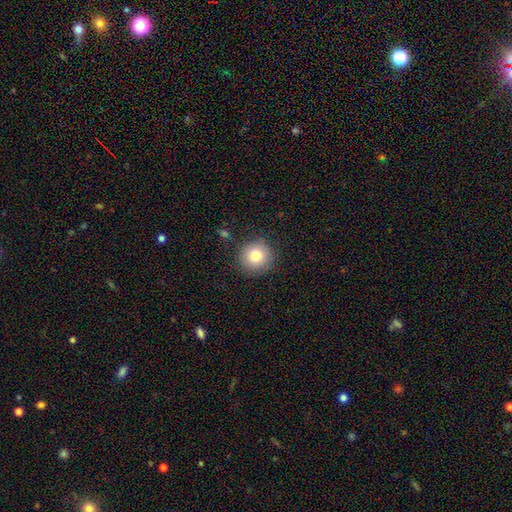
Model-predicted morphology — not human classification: type=smooth (81%); roundness=round (94%); merging=none (88%).